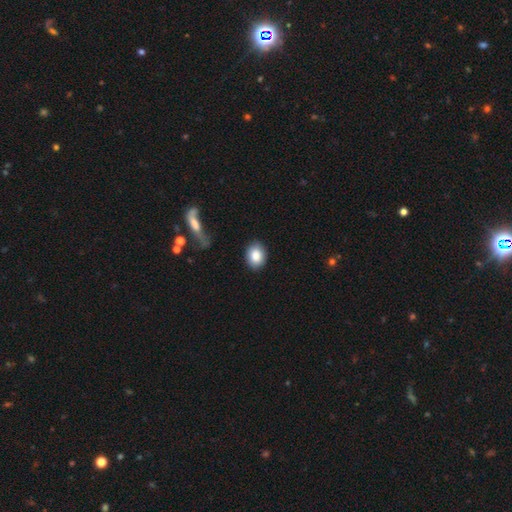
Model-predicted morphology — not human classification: smooth-or-featured: smooth: 86% | star or artifact: 7% | featured or disk: 7%
  how-rounded: in between: 57% | round: 42% | cigar-shaped: 1%
  merging: none: 85% | minor disturbance: 11% | major disturbance: 2% | merger: 2%